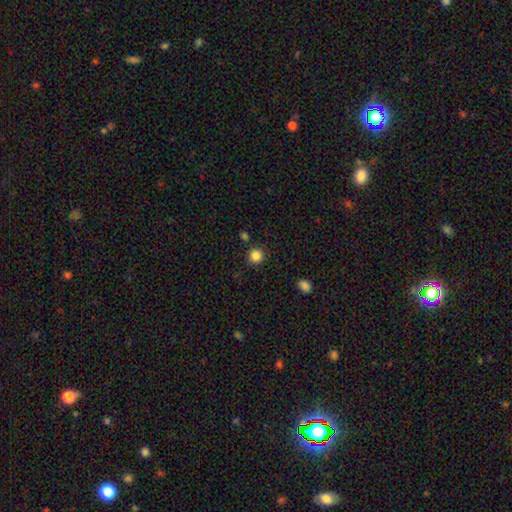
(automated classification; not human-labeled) Morphology: type=smooth (85%); roundness=round (94%); merging=none (89%).